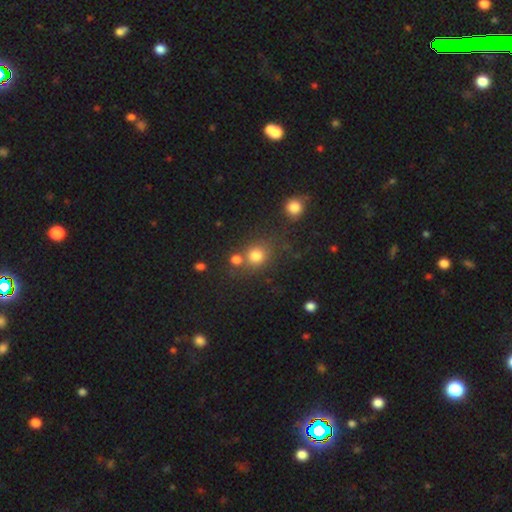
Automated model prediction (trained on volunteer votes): This appears to be a smooth galaxy with no disk features (78%) that is round (84%). Merging: none (64%).